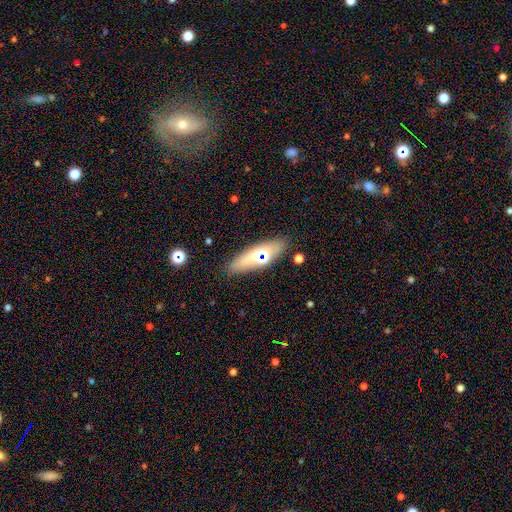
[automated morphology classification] This appears to be a smooth galaxy with no disk features (62%) that is cigar-shaped (56%). Merging: none (83%).